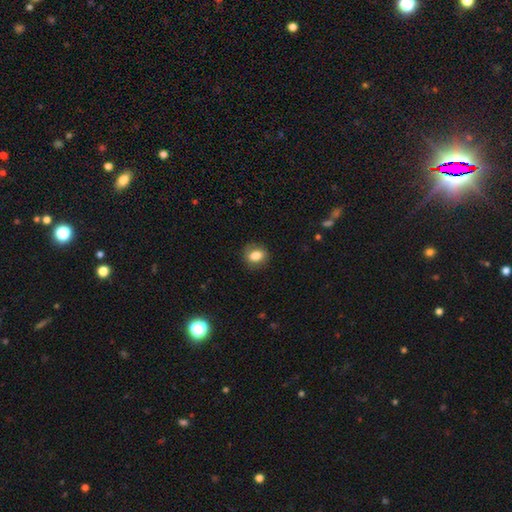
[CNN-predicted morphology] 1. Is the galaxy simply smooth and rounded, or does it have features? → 80% smooth, 11% featured or disk, 9% star or artifact.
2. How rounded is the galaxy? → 55% round, 44% in between, 1% cigar-shaped.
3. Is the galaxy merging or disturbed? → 84% none, 12% minor disturbance, 4% major disturbance, 1% merger.